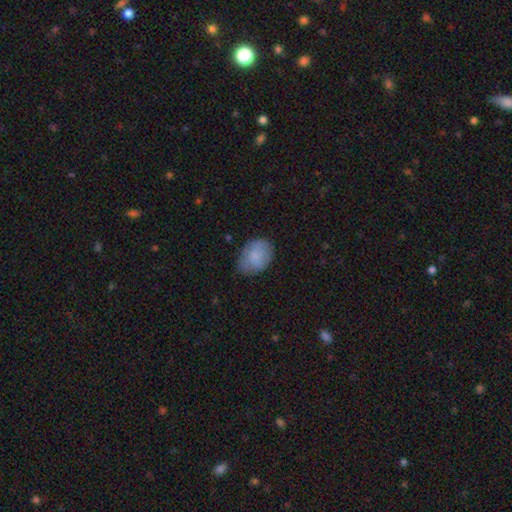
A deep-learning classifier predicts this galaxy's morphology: smooth-or-featured: smooth: 78% | featured or disk: 15% | star or artifact: 7%
  how-rounded: in between: 71% | round: 28% | cigar-shaped: 1%
  merging: none: 66% | minor disturbance: 26% | major disturbance: 7% | merger: 1%